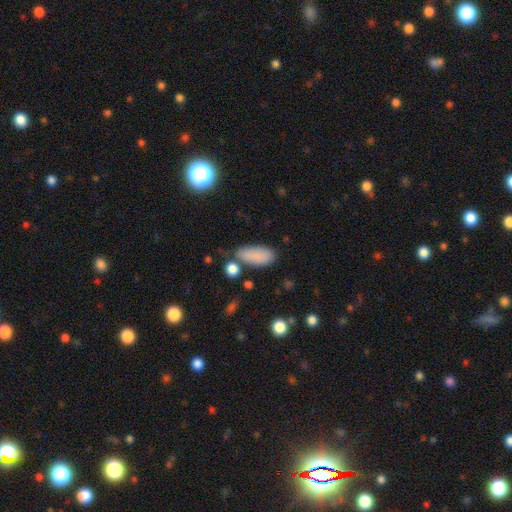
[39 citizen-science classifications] Smooth or featured: smooth — 90% (featured or disk — 5%)
How rounded: in between — 83% (cigar-shaped — 14%)
Merging: none — 70% (minor disturbance — 22%)